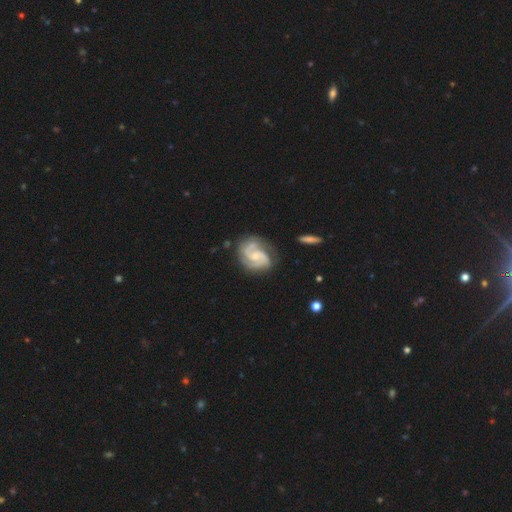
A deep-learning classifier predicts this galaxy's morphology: type=featured or disk (89%); edge-on=no (98%); bar=no (55%); spiral arms=yes (98%); winding=medium (51%); arm count=2 (72%); bulge=small (50%); merging=none (71%).